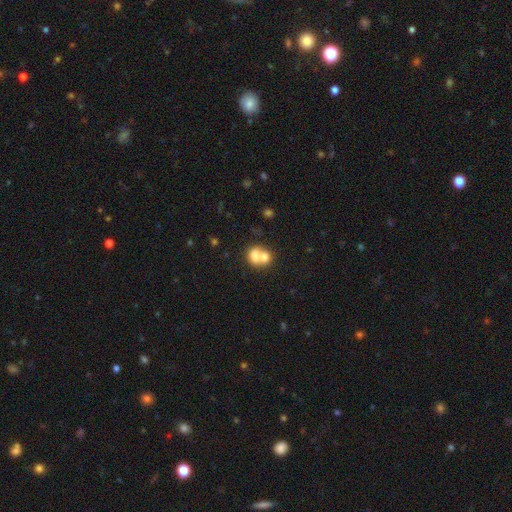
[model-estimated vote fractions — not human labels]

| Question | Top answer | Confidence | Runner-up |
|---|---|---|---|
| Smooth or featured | smooth | 71% | featured or disk (20%) |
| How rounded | round | 60% | in between (39%) |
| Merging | merger | 69% | none (22%) |